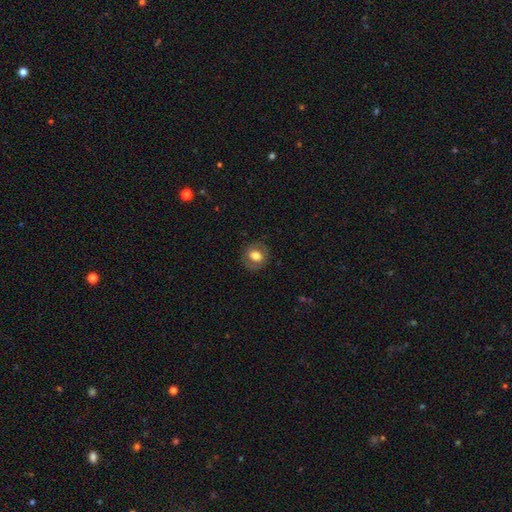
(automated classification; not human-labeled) The model was most divided on "smooth or featured": smooth: 65%, featured or disk: 26%, star or artifact: 9%. More confident: merging — none (84%); how rounded — round (76%).